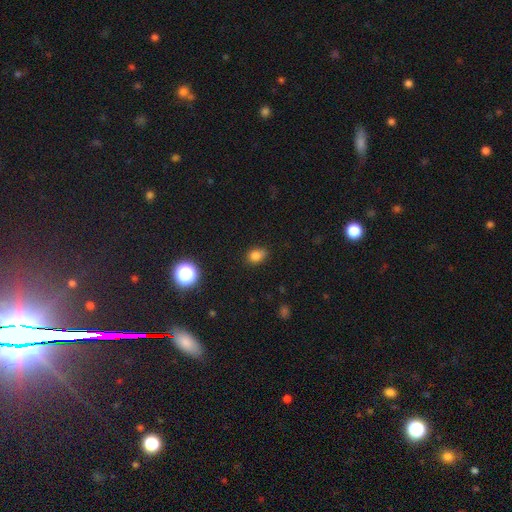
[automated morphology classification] This appears to be a smooth galaxy with no disk features (81%) that is in between round and cigar-shaped (63%). Merging: none (78%).